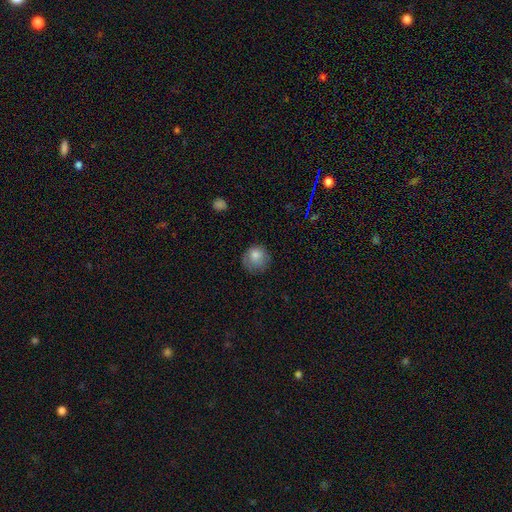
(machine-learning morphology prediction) Q: Smooth or featured?
A: smooth (80%); runner-up: featured or disk (11%)
Q: How rounded?
A: round (88%); runner-up: in between (11%)
Q: Merging?
A: none (68%); runner-up: minor disturbance (23%)